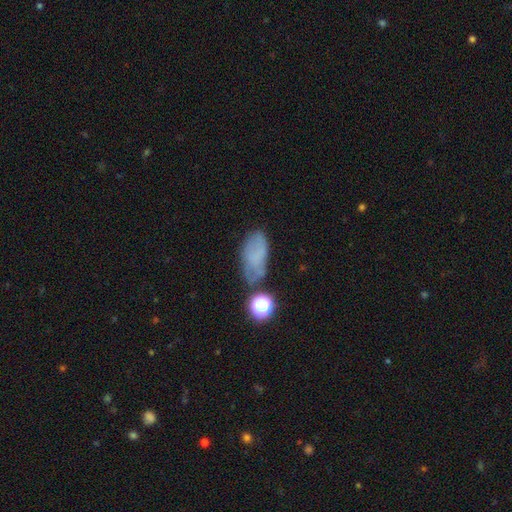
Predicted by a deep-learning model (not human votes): Morphology: type=smooth (60%); roundness=in between (88%); merging=none (51%).